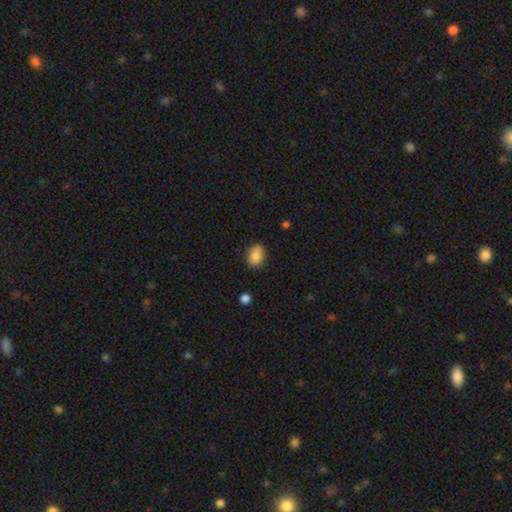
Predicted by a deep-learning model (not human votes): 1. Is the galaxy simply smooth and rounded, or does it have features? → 88% smooth, 8% star or artifact, 4% featured or disk.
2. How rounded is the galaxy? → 82% in between, 17% round, 1% cigar-shaped.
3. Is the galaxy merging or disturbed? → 82% none, 14% minor disturbance, 3% major disturbance, 1% merger.